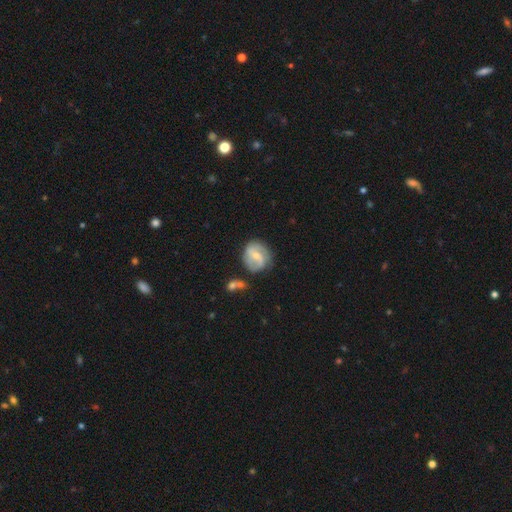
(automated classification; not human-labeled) A featured or disk galaxy (63%) with a weak bar (50%), 2 (73%) medium (42%) spiral arms (83%) and a small central bulge (52%).

Vote fractions:
- Smooth or featured? featured or disk: 63% / smooth: 30% / star or artifact: 6%
- Edge-on disk? no: 97% / yes: 3%
- Bar? weak: 50% / no: 30% / strong: 20%
- Spiral arms? yes: 83% / no: 17%
- Spiral winding? medium: 42% / loose: 29% / tight: 28%
- Spiral arm count? 2: 73% / can't tell: 15% / 1: 5% / 3: 5% / 4: 1% / more than 4: 1%
- Bulge size? small: 52% / moderate: 43% / none: 3% / large: 2% / dominant: 1%
- Merging? none: 66% / minor disturbance: 20% / major disturbance: 7% / merger: 7%